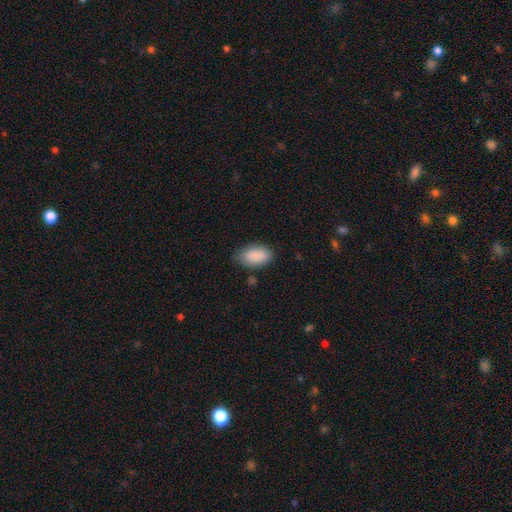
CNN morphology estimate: Smooth or featured? Predicted: smooth (p=0.89). How rounded? Predicted: in between (p=0.93). Merging? Predicted: none (p=0.74).